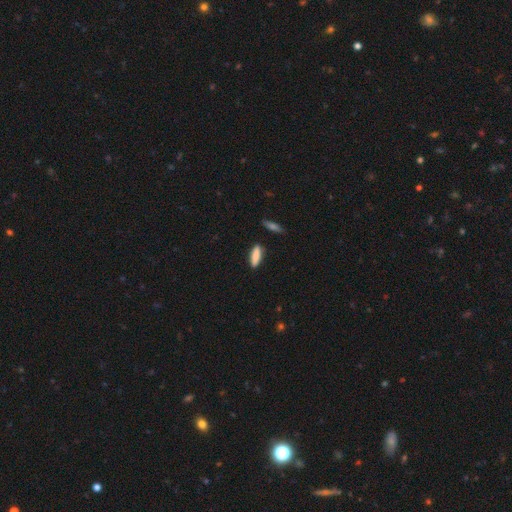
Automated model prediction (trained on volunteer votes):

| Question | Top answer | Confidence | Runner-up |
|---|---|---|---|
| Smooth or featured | smooth | 85% | featured or disk (9%) |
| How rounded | cigar-shaped | 60% | in between (38%) |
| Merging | none | 85% | minor disturbance (10%) |